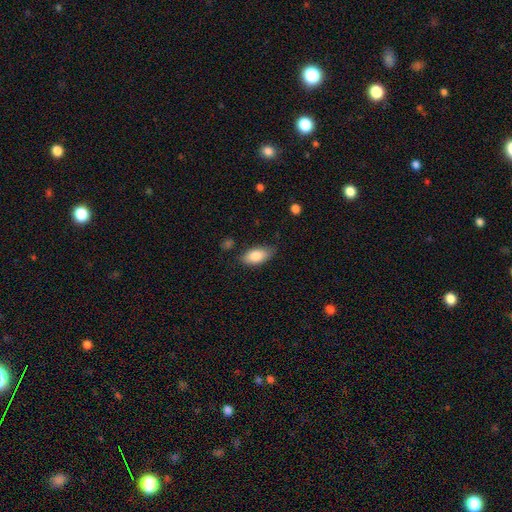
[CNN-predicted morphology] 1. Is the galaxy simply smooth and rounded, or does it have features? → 83% smooth, 10% featured or disk, 6% star or artifact.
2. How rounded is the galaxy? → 91% in between, 6% cigar-shaped, 3% round.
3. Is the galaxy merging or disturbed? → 73% none, 21% minor disturbance, 4% major disturbance, 2% merger.